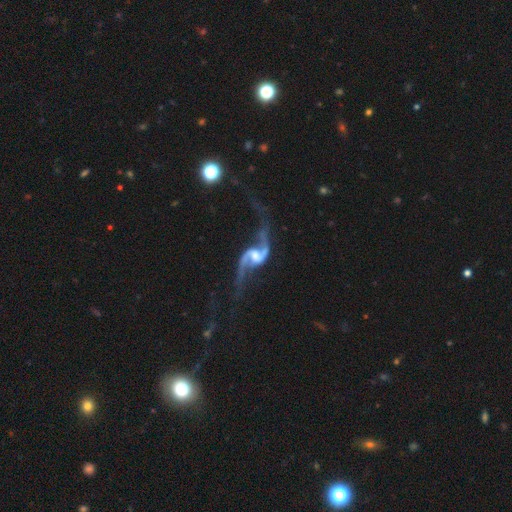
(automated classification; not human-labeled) Smooth or featured: featured or disk — 92% (star or artifact — 5%)
Edge-on disk: no — 97% (yes — 3%)
Bar: weak — 48% (no — 27%)
Spiral arms: yes — 97% (no — 3%)
Spiral winding: loose — 81% (medium — 15%)
Spiral arm count: 2 — 94% (1 — 2%)
Bulge size: moderate — 35% (small — 27%)
Merging: none — 57% (major disturbance — 21%)